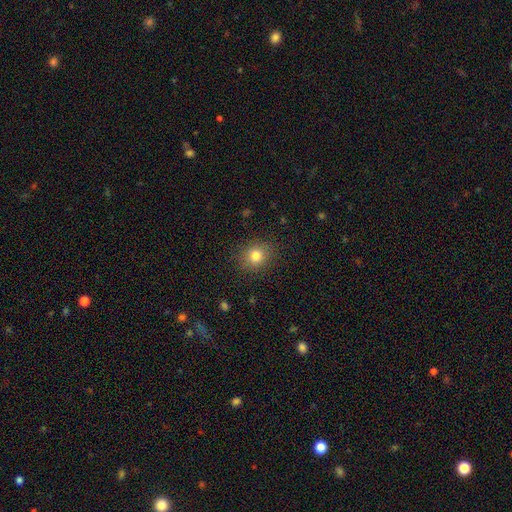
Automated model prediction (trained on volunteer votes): Smooth or featured? smooth (80%)
How rounded? round (73%)
Merging? none (87%)